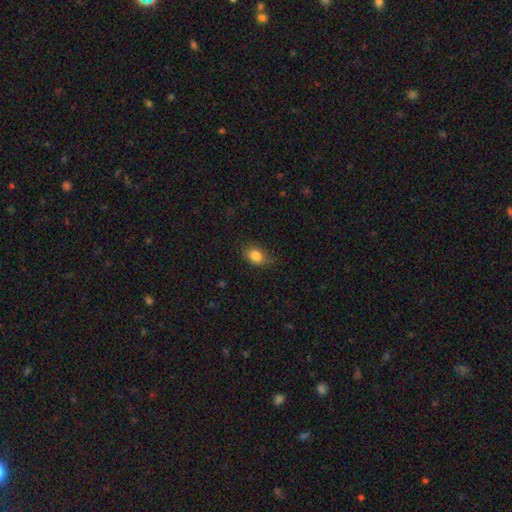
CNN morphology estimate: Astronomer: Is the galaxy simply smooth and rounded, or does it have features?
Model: smooth — 85%.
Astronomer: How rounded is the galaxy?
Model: in between — 78%.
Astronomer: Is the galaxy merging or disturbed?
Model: none — 77%.